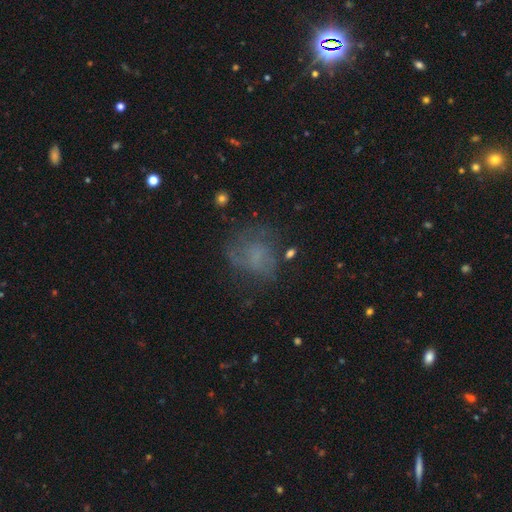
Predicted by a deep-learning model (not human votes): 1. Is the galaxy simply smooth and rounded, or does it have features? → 44% smooth, 38% featured or disk, 18% star or artifact.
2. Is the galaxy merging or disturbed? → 52% none, 23% major disturbance, 22% minor disturbance, 3% merger.